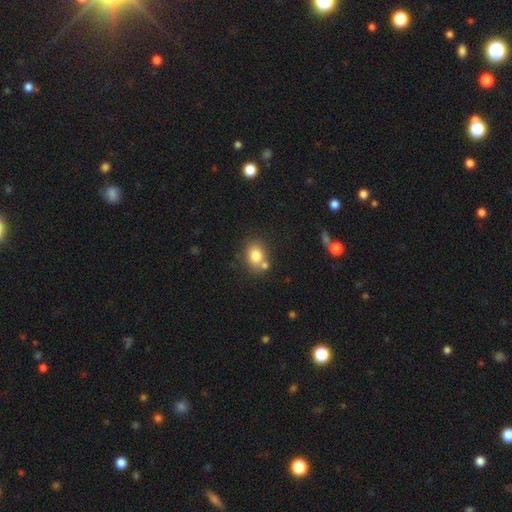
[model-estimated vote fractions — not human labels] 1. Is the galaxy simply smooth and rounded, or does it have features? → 79% smooth, 10% star or artifact, 10% featured or disk.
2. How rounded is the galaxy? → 50% round, 49% in between, 1% cigar-shaped.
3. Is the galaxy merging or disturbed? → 65% none, 18% merger, 13% minor disturbance, 4% major disturbance.